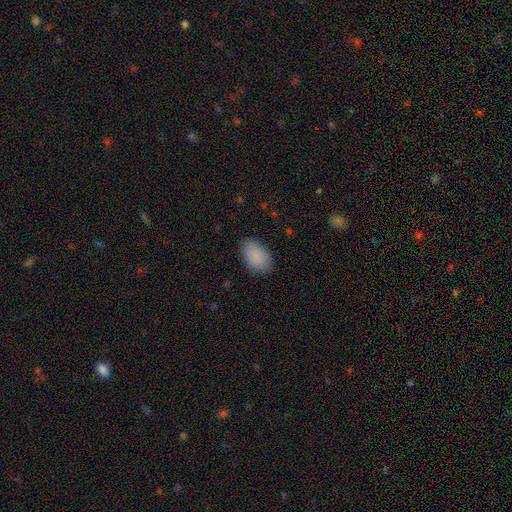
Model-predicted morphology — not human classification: This appears to be a smooth galaxy with no disk features (89%) that is in between round and cigar-shaped (93%). Merging: none (84%).